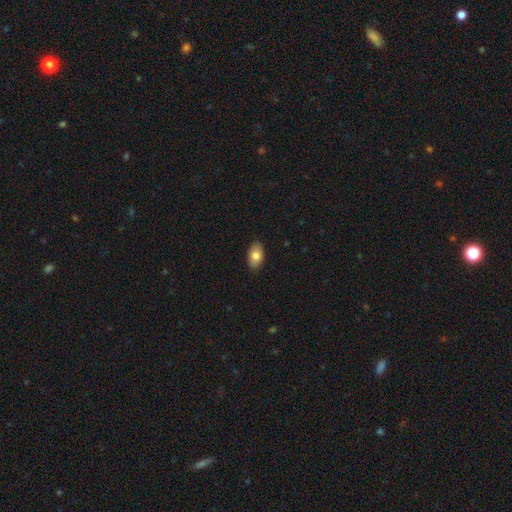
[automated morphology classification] Overall: smooth (80%). How rounded: in between (92%). Merging: none (88%).